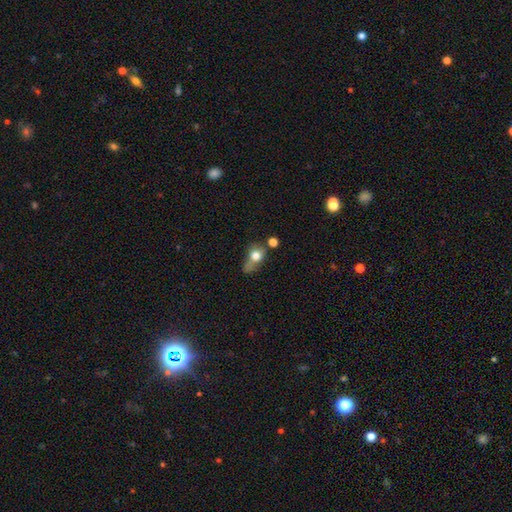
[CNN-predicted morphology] Overall: smooth (70%). How rounded: round (51%; in between 45%). Merging: none (28%; major disturbance 26%).